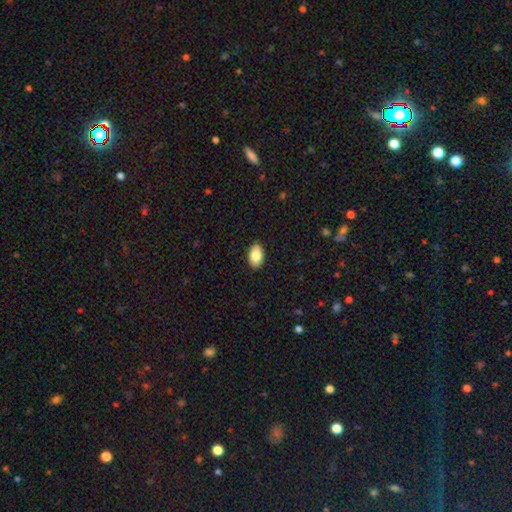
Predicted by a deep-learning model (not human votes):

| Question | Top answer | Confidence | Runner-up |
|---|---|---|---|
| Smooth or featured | smooth | 84% | featured or disk (9%) |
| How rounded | in between | 93% | round (6%) |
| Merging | none | 89% | minor disturbance (8%) |